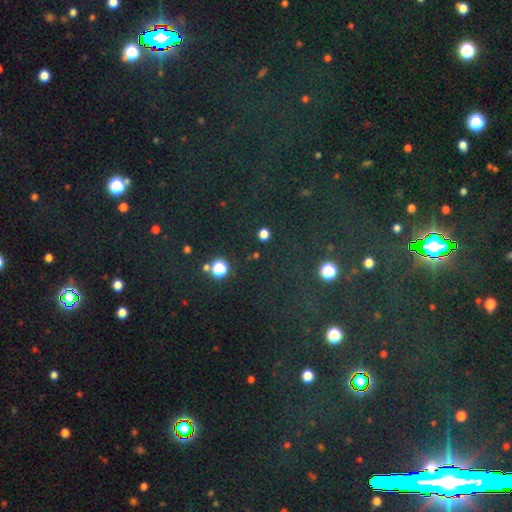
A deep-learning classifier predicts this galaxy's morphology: Smooth or featured? star or artifact (58%)